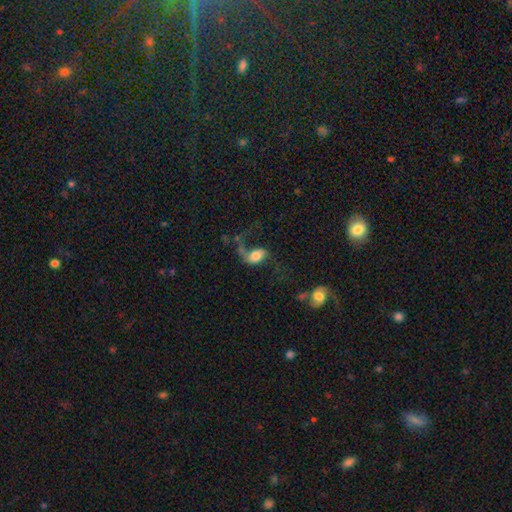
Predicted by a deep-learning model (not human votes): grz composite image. It shows a smooth galaxy with no disk features (46%). Merging: major disturbance (44%).